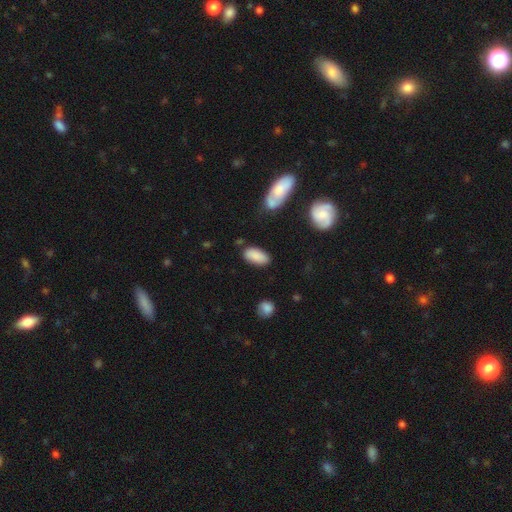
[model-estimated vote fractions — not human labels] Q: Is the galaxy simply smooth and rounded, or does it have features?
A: smooth — 87%.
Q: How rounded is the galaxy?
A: in between — 93%.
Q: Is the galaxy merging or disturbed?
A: none — 80%.